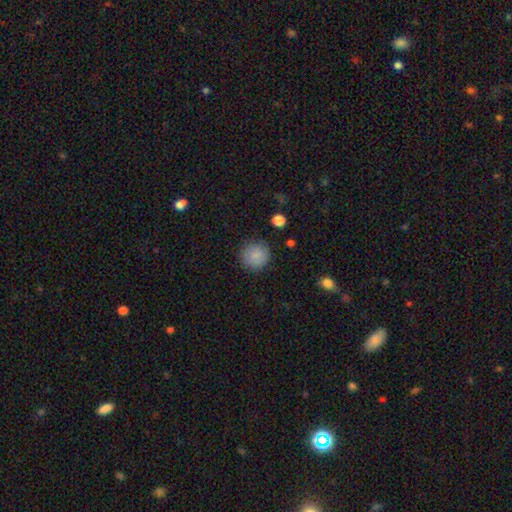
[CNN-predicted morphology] A smooth galaxy with no disk features (85%) that is round (93%).

Vote fractions:
- Smooth or featured? smooth: 85% / star or artifact: 8% / featured or disk: 7%
- How rounded? round: 93% / in between: 6% / cigar-shaped: 1%
- Merging? none: 86% / minor disturbance: 10% / major disturbance: 3% / merger: 1%